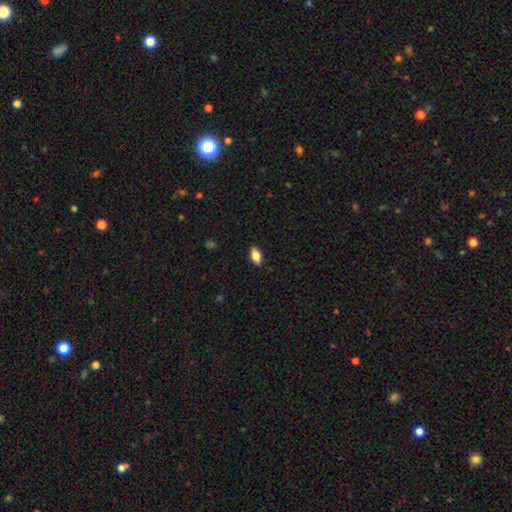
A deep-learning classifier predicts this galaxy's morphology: smooth 80%, featured or disk 13%, star or artifact 8%. Down the decision tree: how rounded — in between (89%); merging — none (88%).